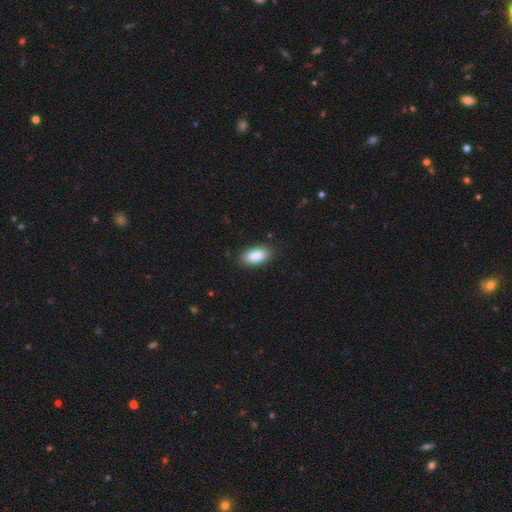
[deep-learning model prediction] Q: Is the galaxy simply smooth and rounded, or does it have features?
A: smooth — 85%.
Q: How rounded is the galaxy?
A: in between — 93%.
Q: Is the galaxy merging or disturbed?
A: none — 87%.